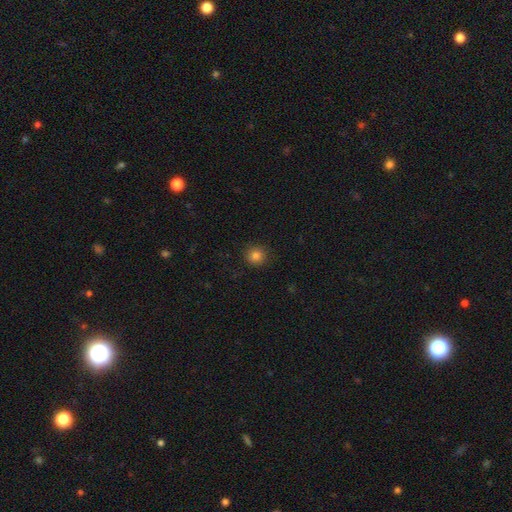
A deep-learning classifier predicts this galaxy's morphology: A smooth galaxy with no disk features (82%) that is round (92%). Merging: none (90%).